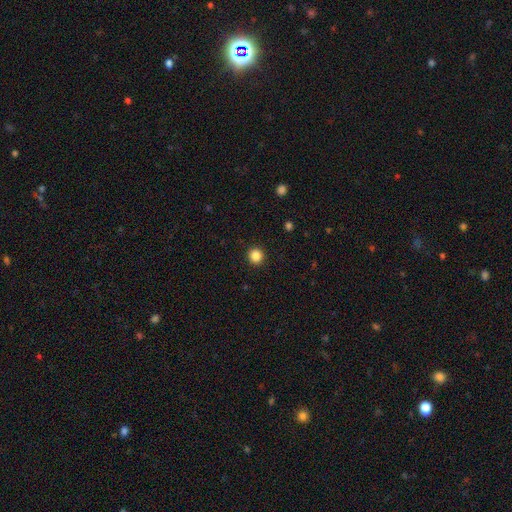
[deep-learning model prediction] The model was most divided on "smooth or featured": smooth: 86%, star or artifact: 11%, featured or disk: 4%. More confident: how rounded — round (93%); merging — none (93%).